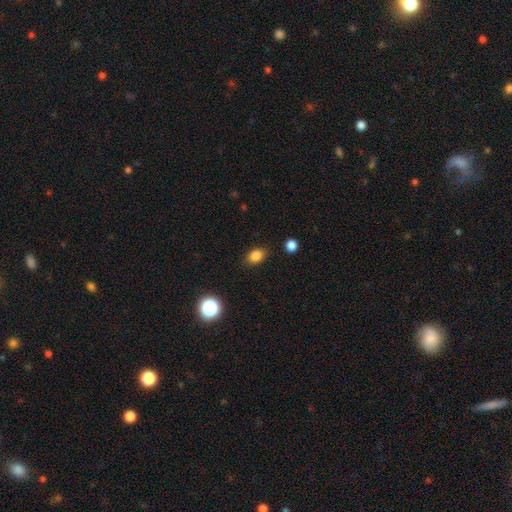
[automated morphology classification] A smooth galaxy with no disk features (84%) that is in between round and cigar-shaped (71%). Merging: none (86%).